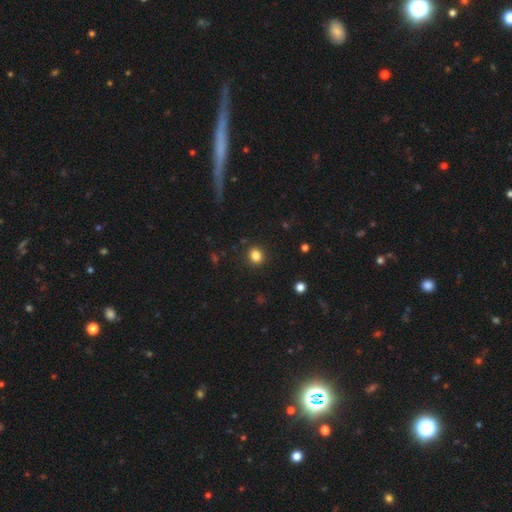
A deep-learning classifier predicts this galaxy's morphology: This appears to be a smooth galaxy with no disk features (84%) that is round (70%). Merging: none (88%).